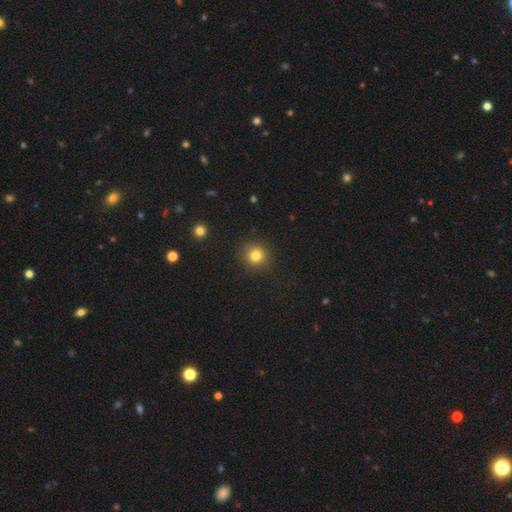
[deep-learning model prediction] A smooth galaxy with no disk features (81%) that is round (91%). Merging: none (88%).